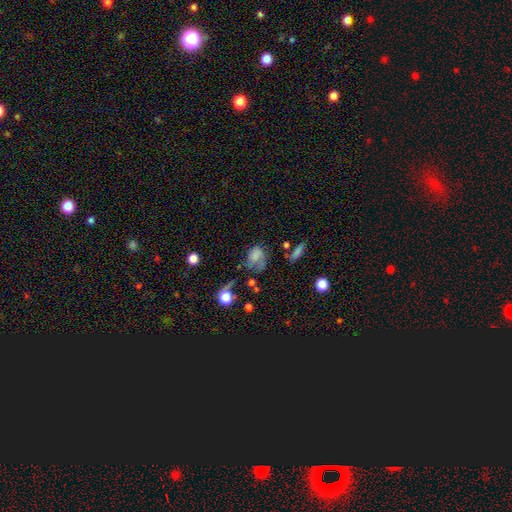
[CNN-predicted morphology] A smooth galaxy with no disk features (62%) that is in between round and cigar-shaped (66%). Merging: major disturbance (39%).